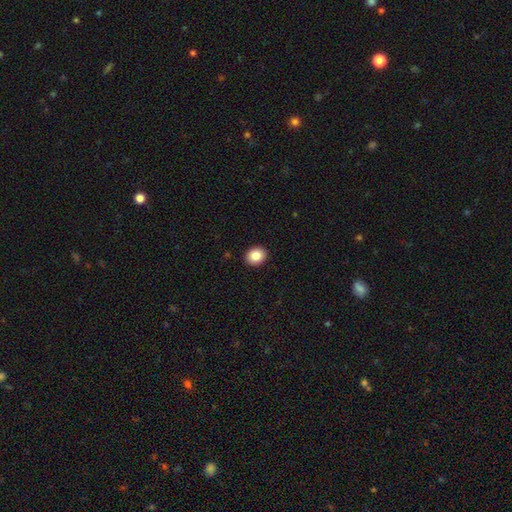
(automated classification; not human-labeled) Q: Smooth or featured?
A: smooth (87%); runner-up: star or artifact (9%)
Q: How rounded?
A: round (55%); runner-up: in between (44%)
Q: Merging?
A: none (92%); runner-up: minor disturbance (6%)